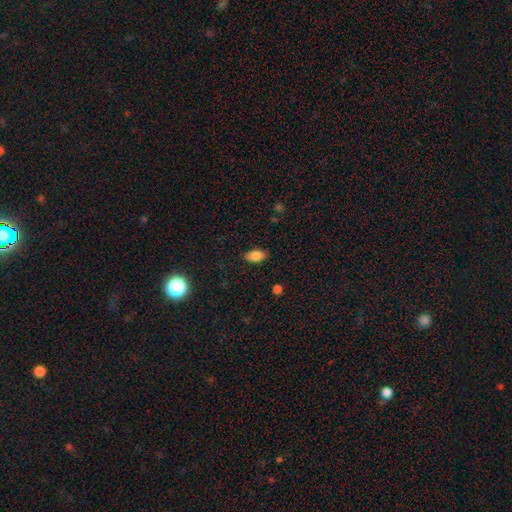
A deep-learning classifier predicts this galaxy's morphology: A smooth galaxy with no disk features (86%) that is in between round and cigar-shaped (91%). Merging: none (86%).